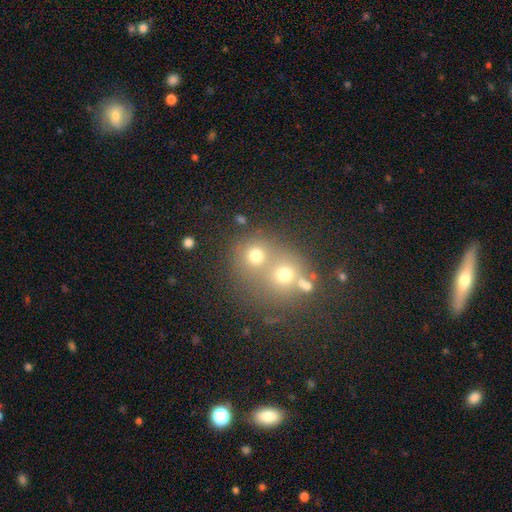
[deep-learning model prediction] Smooth or featured? Predicted: smooth (p=0.68). How rounded? Predicted: round (p=0.82). Merging? Predicted: merger (p=0.49).